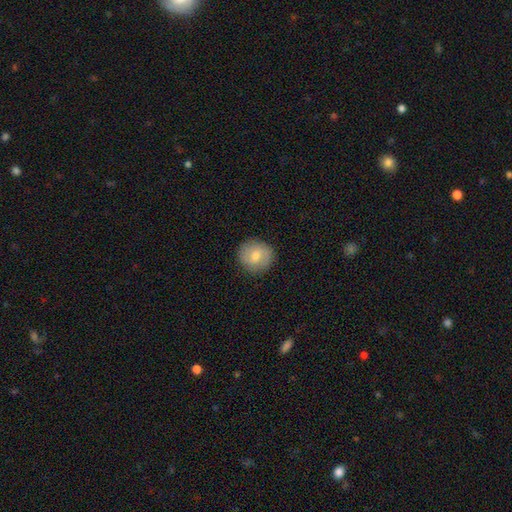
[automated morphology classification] Smooth or featured? smooth (67%)
How rounded? round (89%)
Merging? none (87%)